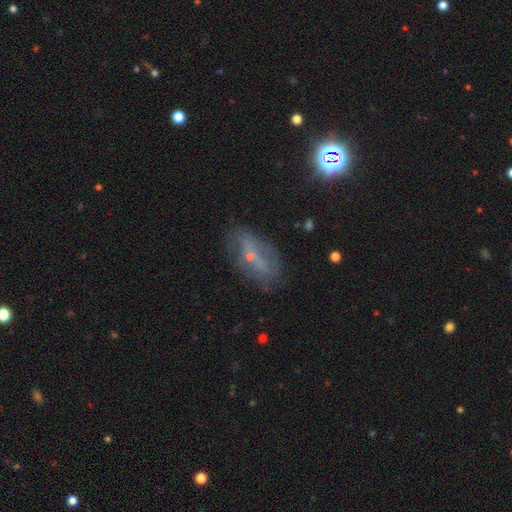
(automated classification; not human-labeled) This is possibly a featured or disk galaxy (54%). It is clearly not viewed edge-on (83%). Merging: likely none (70%).